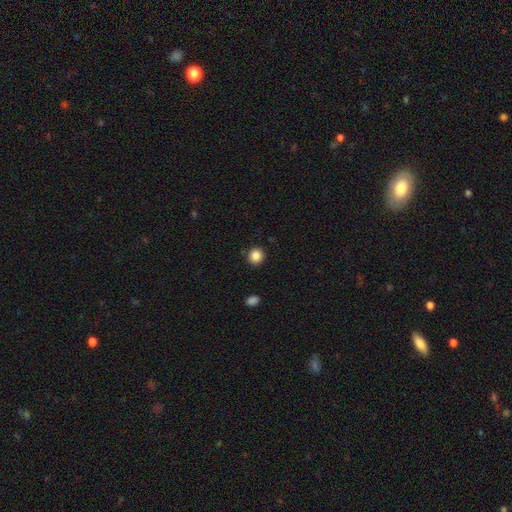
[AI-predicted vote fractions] Smooth or featured?
  - smooth: 86% *
  - star or artifact: 10%
  - featured or disk: 4%
How rounded?
  - round: 88% *
  - in between: 11%
  - cigar-shaped: 1%
Merging?
  - none: 90% *
  - minor disturbance: 7%
  - major disturbance: 2%
  - merger: 2%